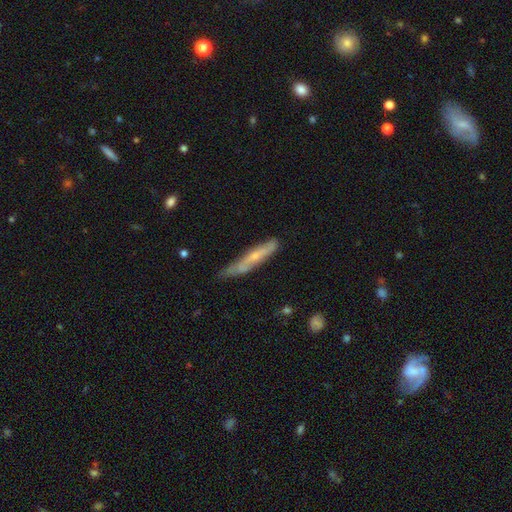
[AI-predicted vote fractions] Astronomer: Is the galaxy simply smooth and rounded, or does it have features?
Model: featured or disk — 50% (runner-up: smooth, 45%).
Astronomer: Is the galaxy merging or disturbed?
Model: none — 55% (runner-up: minor disturbance, 34%).